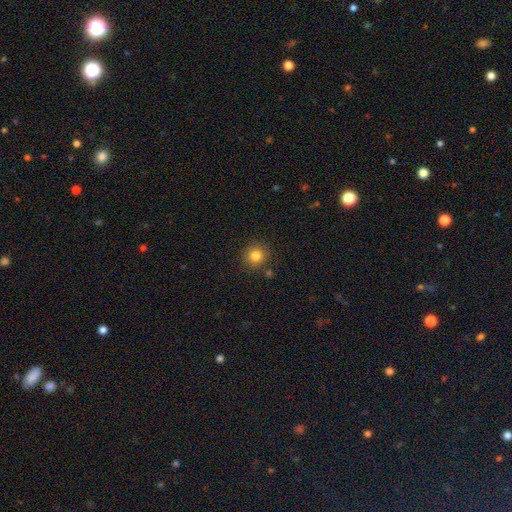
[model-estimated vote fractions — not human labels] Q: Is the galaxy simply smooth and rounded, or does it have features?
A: smooth — 82%.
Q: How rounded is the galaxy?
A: round — 89%.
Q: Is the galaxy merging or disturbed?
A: none — 87%.